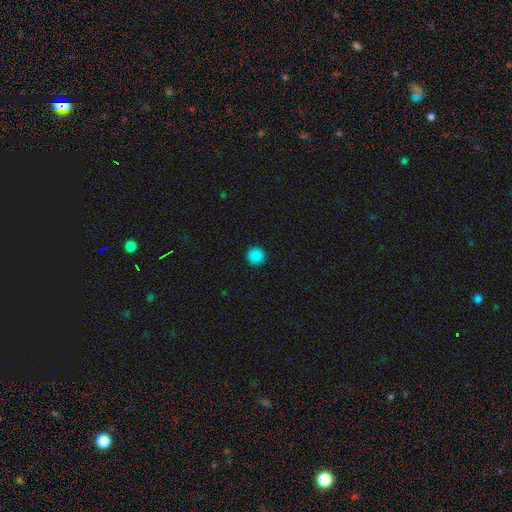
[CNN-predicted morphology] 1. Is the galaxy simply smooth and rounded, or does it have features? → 87% smooth, 11% star or artifact, 2% featured or disk.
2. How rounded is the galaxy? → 96% round, 3% in between, 1% cigar-shaped.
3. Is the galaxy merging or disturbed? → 93% none, 4% minor disturbance, 2% major disturbance, 1% merger.